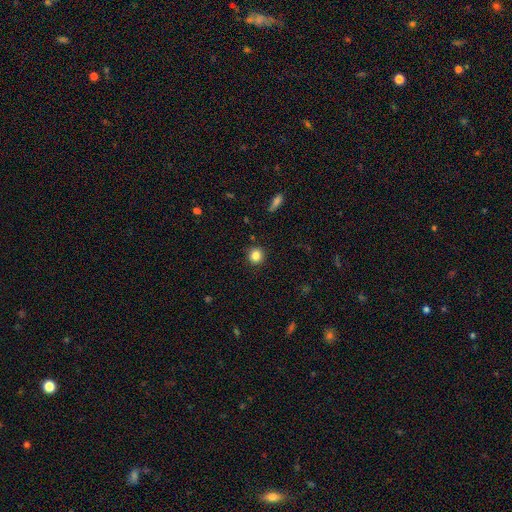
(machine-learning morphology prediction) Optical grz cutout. It shows a smooth galaxy with no disk features (84%) that is round (93%). Merging: none (91%).